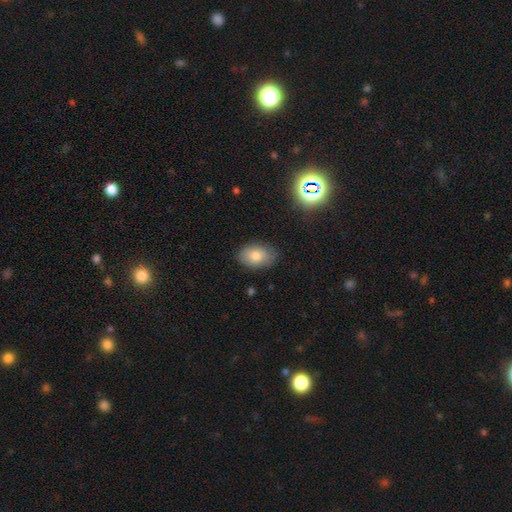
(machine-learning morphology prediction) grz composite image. It shows a smooth galaxy with no disk features (78%) that is in between round and cigar-shaped (87%). Merging: none (84%).